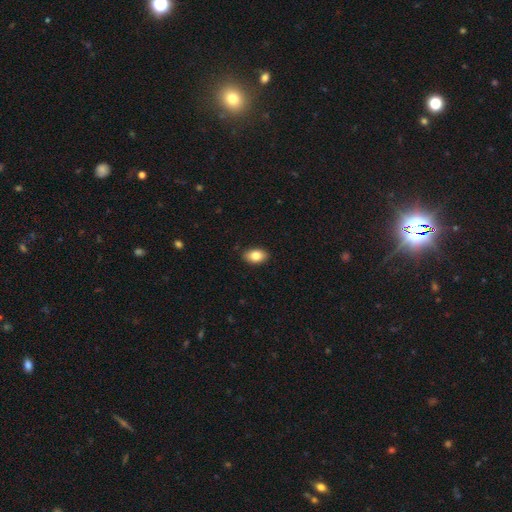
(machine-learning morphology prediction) smooth-or-featured: smooth: 83% | featured or disk: 9% | star or artifact: 8%
  how-rounded: in between: 89% | round: 10% | cigar-shaped: 1%
  merging: none: 88% | minor disturbance: 9% | major disturbance: 2% | merger: 1%